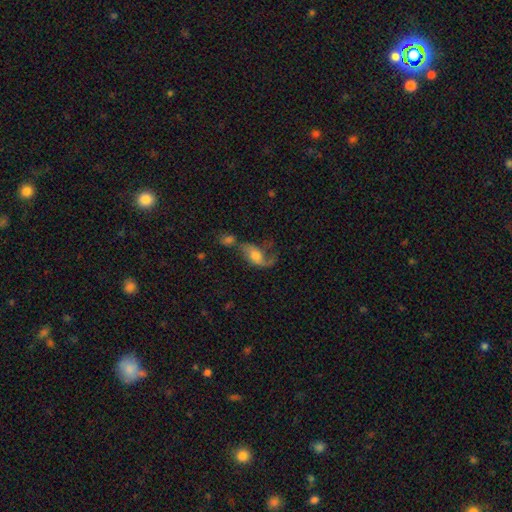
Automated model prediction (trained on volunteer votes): A featured or disk galaxy (57%) with no bar (65%), spiral arms (79%) and a moderate central bulge (58%).

Vote fractions:
- Smooth or featured? featured or disk: 57% / smooth: 34% / star or artifact: 9%
- Edge-on disk? no: 93% / yes: 7%
- Bar? no: 65% / weak: 28% / strong: 7%
- Spiral arms? yes: 79% / no: 21%
- Bulge size? moderate: 58% / small: 22% / large: 14% / none: 4% / dominant: 2%
- Merging? merger: 33% / none: 27% / major disturbance: 25% / minor disturbance: 15%